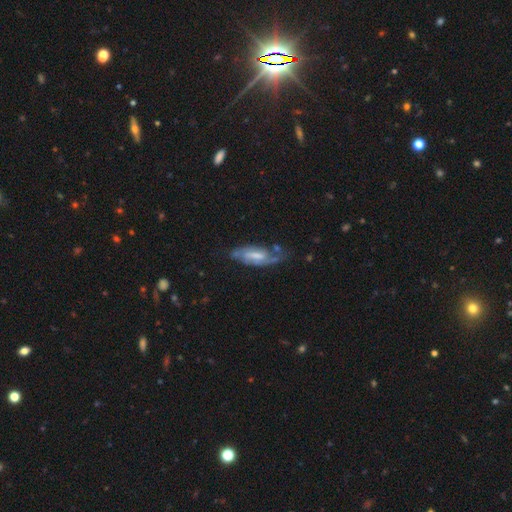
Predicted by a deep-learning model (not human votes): Overall: featured or disk (66%; smooth 27%). Edge-on disk: no (86%). Bar: weak (50%; no 27%). Spiral arms: yes (84%). Bulge size: moderate (37%; small 33%). Merging: none (52%; minor disturbance 28%).